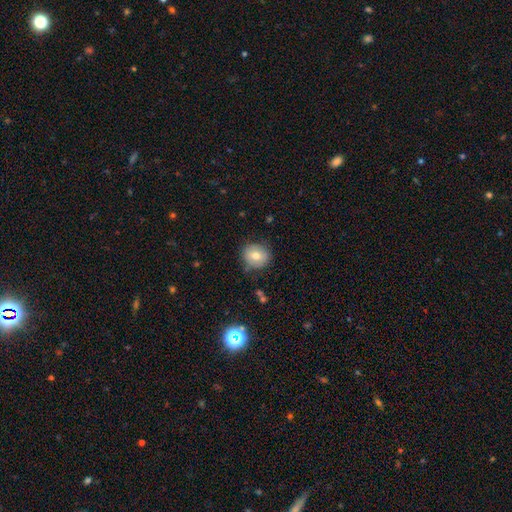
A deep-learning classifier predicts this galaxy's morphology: smooth_or_featured: smooth (p=0.75) [alt: featured or disk p=0.15]
how_rounded: round (p=0.81) [alt: in between p=0.18]
merging: none (p=0.78) [alt: minor disturbance p=0.17]